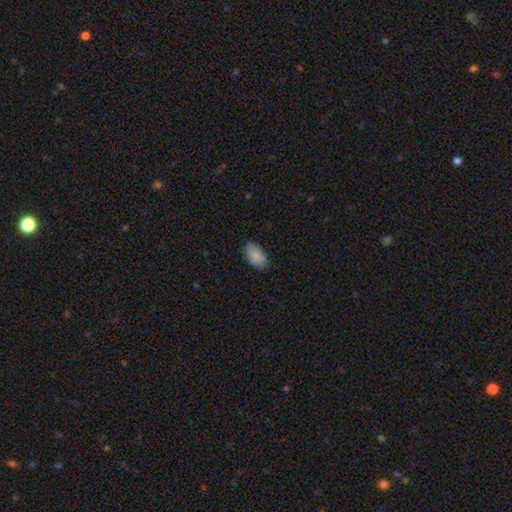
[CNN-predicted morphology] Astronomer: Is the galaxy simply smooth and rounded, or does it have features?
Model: smooth — 86%.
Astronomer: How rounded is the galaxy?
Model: in between — 94%.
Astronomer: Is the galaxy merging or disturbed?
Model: none — 80%.